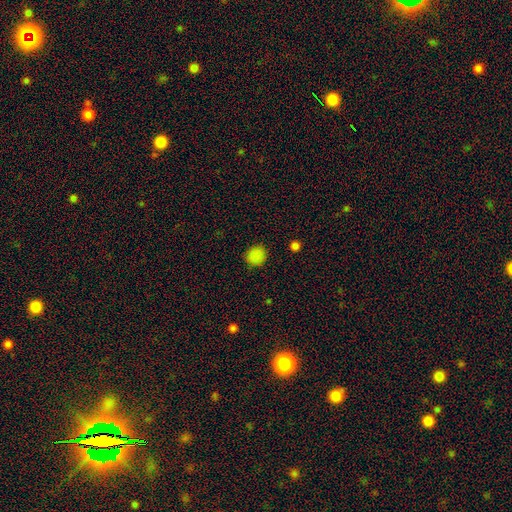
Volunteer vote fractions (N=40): This is clearly a smooth galaxy (95%). How rounded: clearly round (95%). Merging: clearly none (87%).